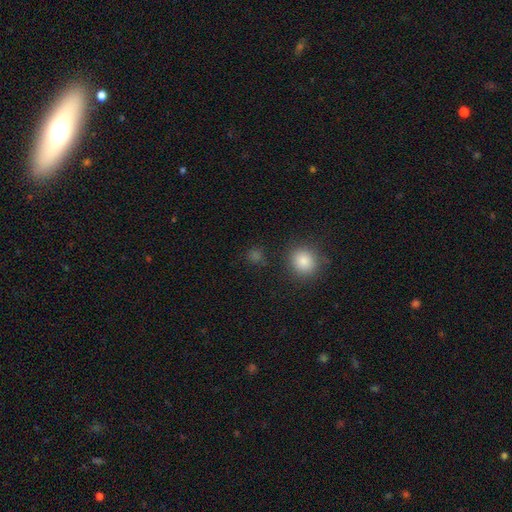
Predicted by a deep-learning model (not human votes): Morphology: type=smooth (70%); roundness=round (86%); merging=none (84%).